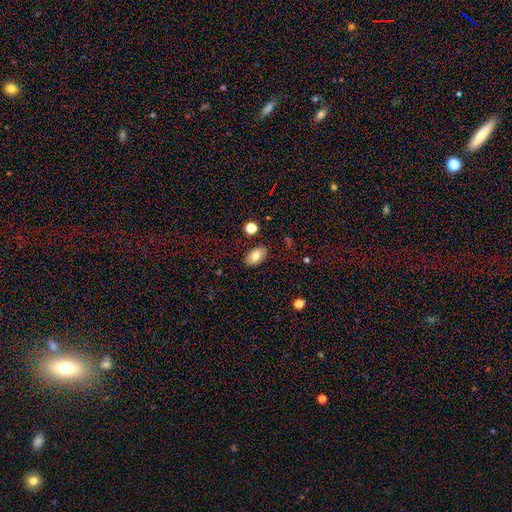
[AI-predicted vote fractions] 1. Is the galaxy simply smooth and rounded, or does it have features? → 77% smooth, 15% featured or disk, 8% star or artifact.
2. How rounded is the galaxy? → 92% in between, 7% round, 1% cigar-shaped.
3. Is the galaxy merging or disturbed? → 87% none, 9% minor disturbance, 2% major disturbance, 2% merger.